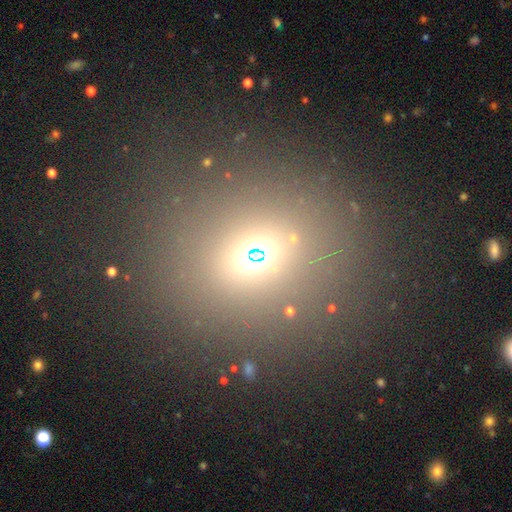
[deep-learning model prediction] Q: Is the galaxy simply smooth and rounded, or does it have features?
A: smooth — 51%.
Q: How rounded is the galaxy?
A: round — 58%.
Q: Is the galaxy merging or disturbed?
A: none — 82%.